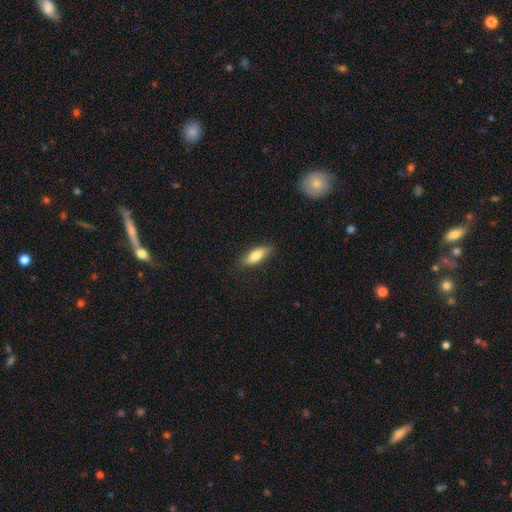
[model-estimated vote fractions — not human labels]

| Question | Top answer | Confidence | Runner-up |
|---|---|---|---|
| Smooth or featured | smooth | 78% | featured or disk (16%) |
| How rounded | in between | 67% | cigar-shaped (31%) |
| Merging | none | 81% | minor disturbance (15%) |